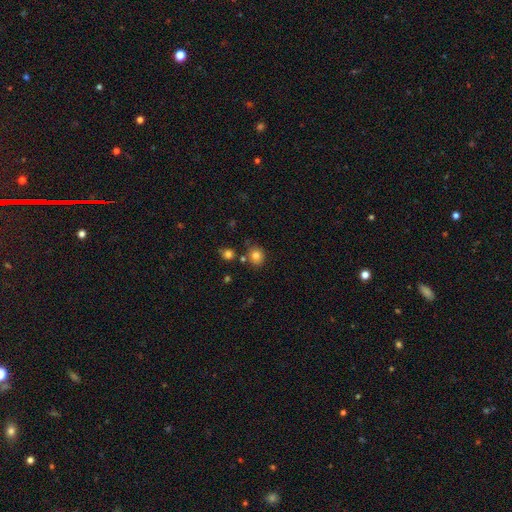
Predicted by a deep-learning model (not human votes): A smooth galaxy with no disk features (81%) that is round (78%).

Vote fractions:
- Smooth or featured? smooth: 81% / star or artifact: 12% / featured or disk: 7%
- How rounded? round: 78% / in between: 21% / cigar-shaped: 1%
- Merging? none: 74% / minor disturbance: 14% / merger: 9% / major disturbance: 4%